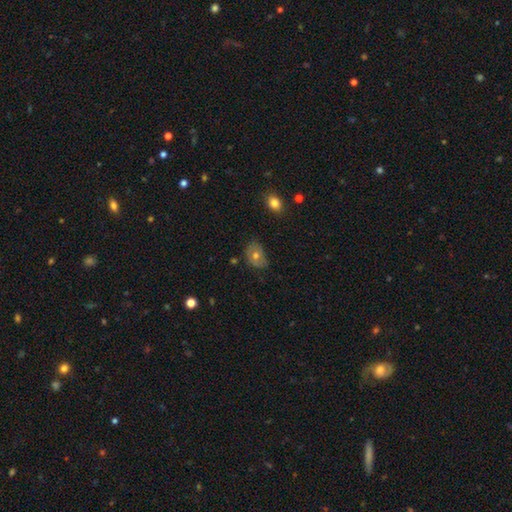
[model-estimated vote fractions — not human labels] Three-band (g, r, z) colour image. It shows a smooth galaxy with no disk features (52%) that is in between round and cigar-shaped (66%). Merging: none (69%).